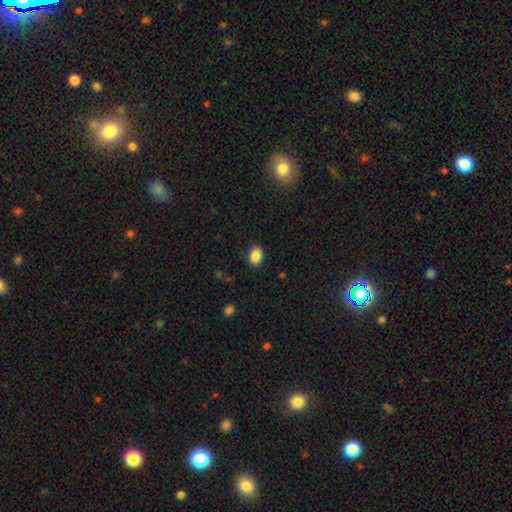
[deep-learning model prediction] Smooth or featured? smooth (87%)
How rounded? in between (70%)
Merging? none (87%)